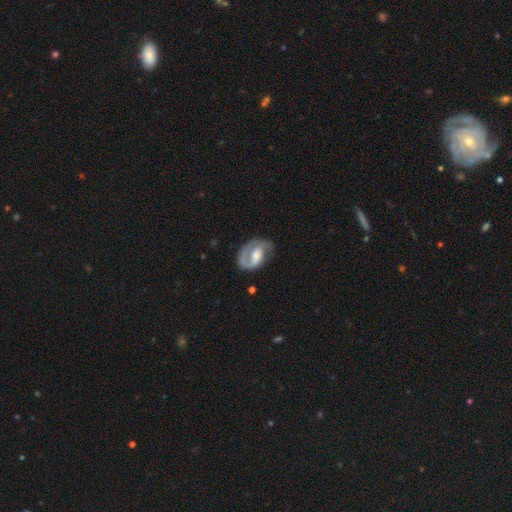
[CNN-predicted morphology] Overall: featured or disk (75%). Edge-on disk: no (97%). Bar: no (47%; weak 40%). Spiral arms: yes (90%). Spiral arm count: 1 (64%; 2 26%). Spiral winding: medium (40%; tight 39%). Bulge size: moderate (43%; large 25%). Merging: none (52%; major disturbance 23%).